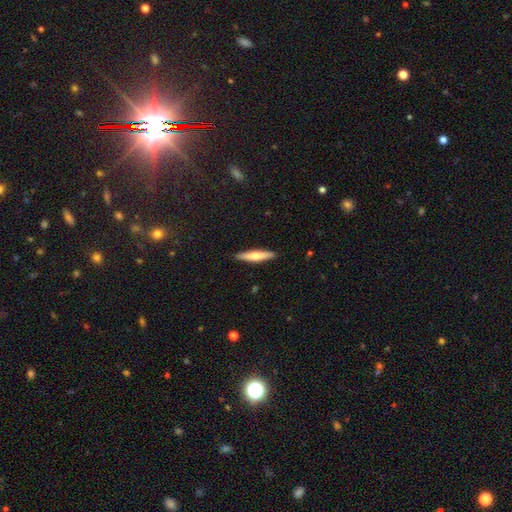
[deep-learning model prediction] Smooth or featured? Predicted: smooth (p=0.54). How rounded? Predicted: cigar-shaped (p=0.87). Merging? Predicted: none (p=0.91).